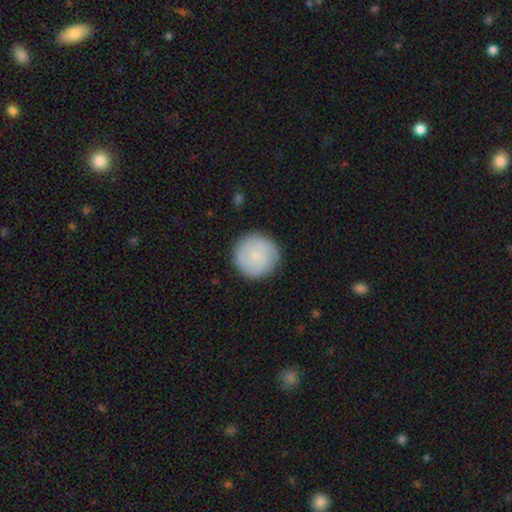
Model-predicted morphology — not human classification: type=smooth (71%); roundness=round (96%); merging=none (87%).